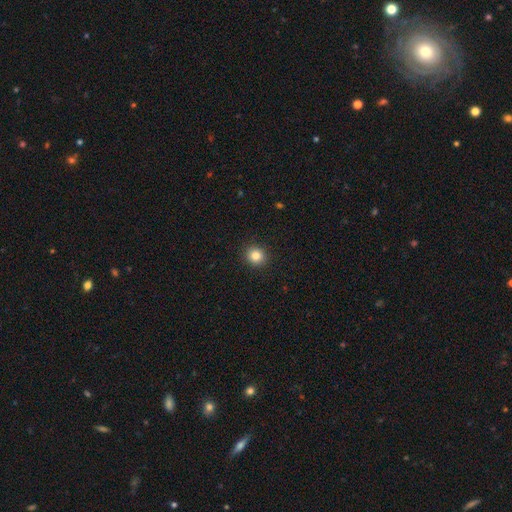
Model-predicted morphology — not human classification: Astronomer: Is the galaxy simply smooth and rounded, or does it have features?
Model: smooth — 84%.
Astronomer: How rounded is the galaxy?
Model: round — 90%.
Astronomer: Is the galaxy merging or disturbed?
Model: none — 92%.